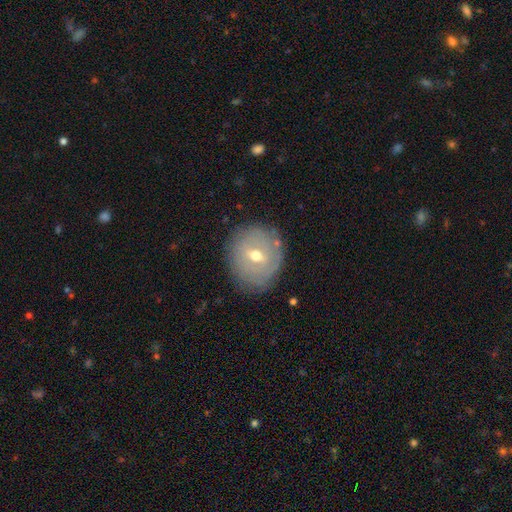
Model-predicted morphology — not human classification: smooth_or_featured: featured or disk (p=0.49) [alt: smooth p=0.41]
merging: none (p=0.80) [alt: minor disturbance p=0.14]